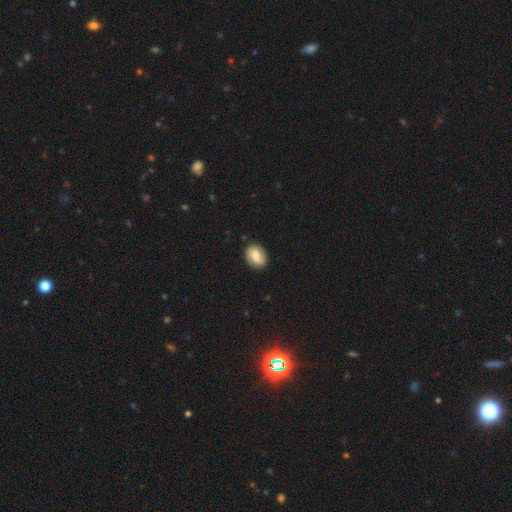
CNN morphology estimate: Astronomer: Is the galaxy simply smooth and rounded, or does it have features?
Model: smooth — 57% (runner-up: featured or disk, 36%).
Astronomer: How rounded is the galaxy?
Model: in between — 65%.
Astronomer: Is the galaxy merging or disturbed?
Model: none — 85%.